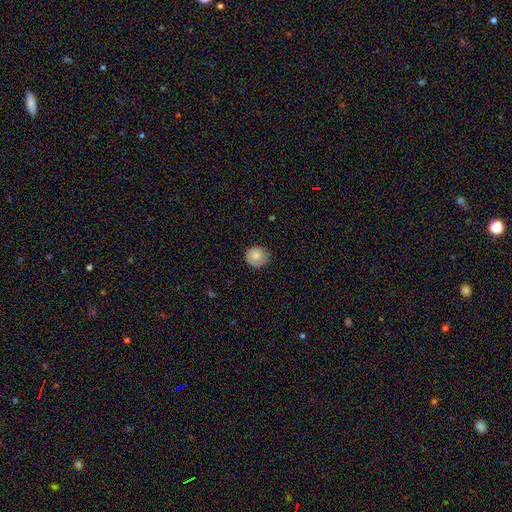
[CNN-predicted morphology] type=smooth (76%); roundness=round (86%); merging=none (77%).